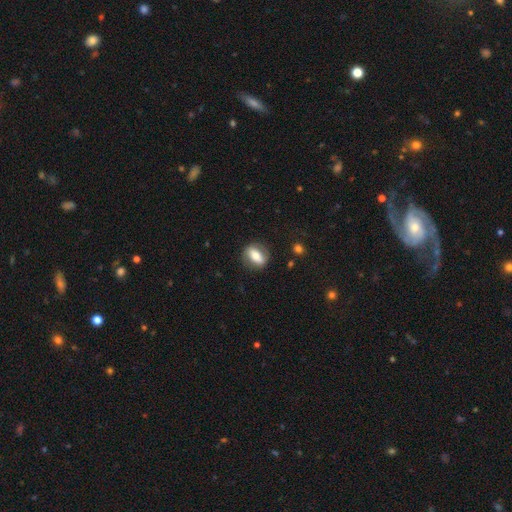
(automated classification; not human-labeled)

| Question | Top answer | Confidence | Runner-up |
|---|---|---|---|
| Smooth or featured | smooth | 57% | featured or disk (35%) |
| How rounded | in between | 70% | round (24%) |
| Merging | none | 81% | minor disturbance (13%) |